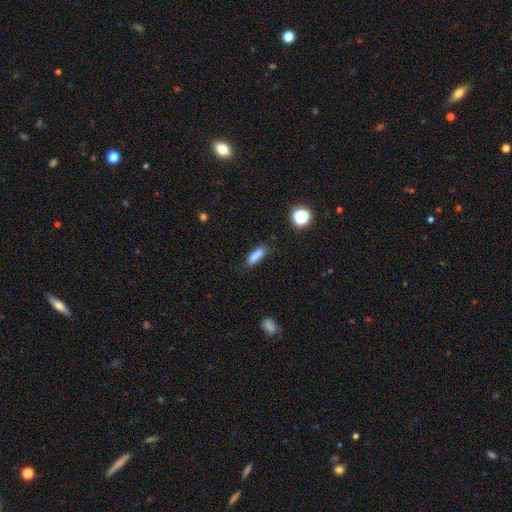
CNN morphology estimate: This is clearly a smooth galaxy (82%). How rounded: possibly cigar-shaped (51%). Merging: likely none (74%).